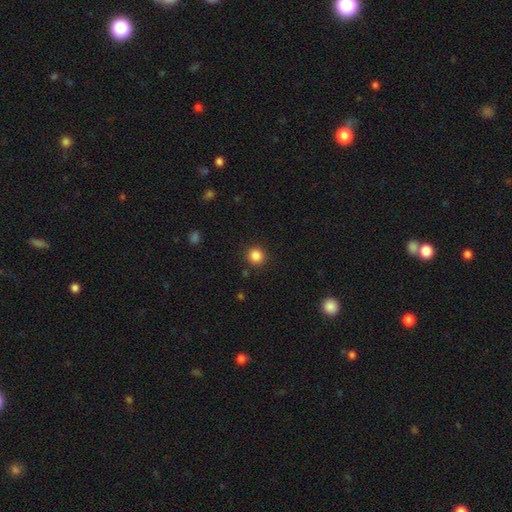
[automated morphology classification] This appears to be a smooth galaxy with no disk features (85%) that is round (93%). Merging: none (90%).